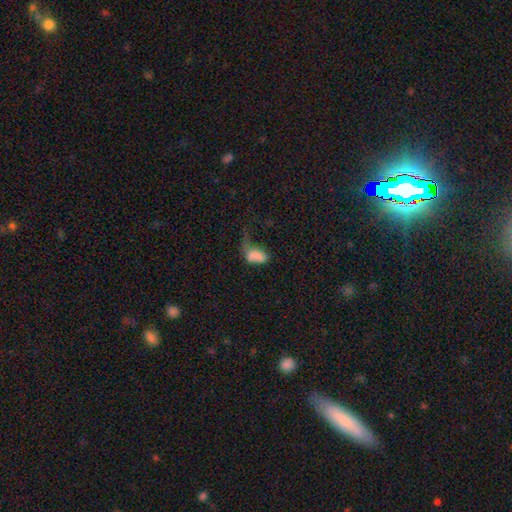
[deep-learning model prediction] The model was most divided on "merging": major disturbance: 51%, minor disturbance: 17%, merger: 16%, none: 15%. More confident: how rounded — in between (89%); smooth or featured — smooth (68%).